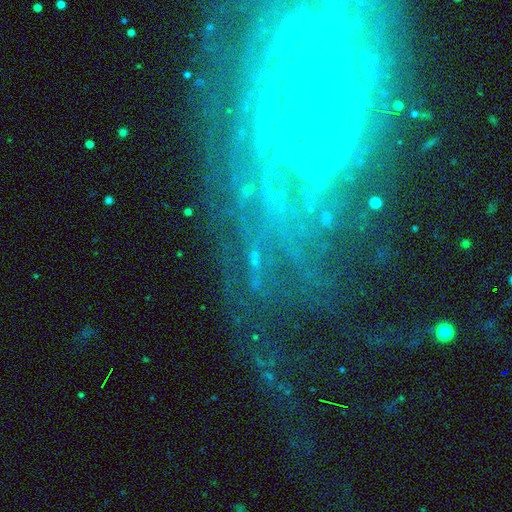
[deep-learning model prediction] Smooth or featured? Predicted: featured or disk (p=0.58). Edge-on disk? Predicted: no (p=0.94). Bar? Predicted: no (p=0.56). Spiral arms? Predicted: yes (p=0.84). Bulge size? Predicted: small (p=0.60). Merging? Predicted: none (p=0.65).